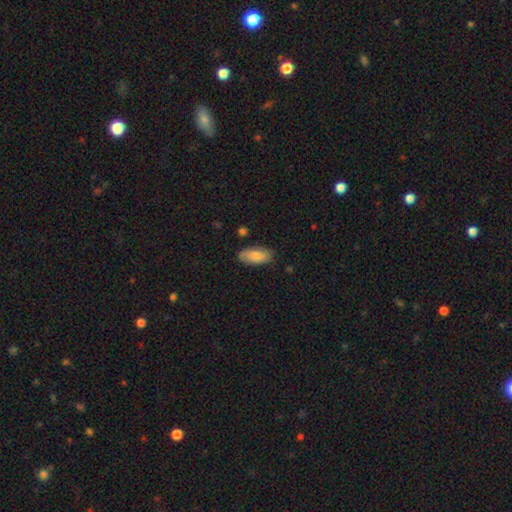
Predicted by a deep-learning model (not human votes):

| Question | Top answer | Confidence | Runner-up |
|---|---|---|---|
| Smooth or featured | smooth | 77% | featured or disk (16%) |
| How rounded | in between | 90% | cigar-shaped (7%) |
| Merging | none | 79% | minor disturbance (17%) |